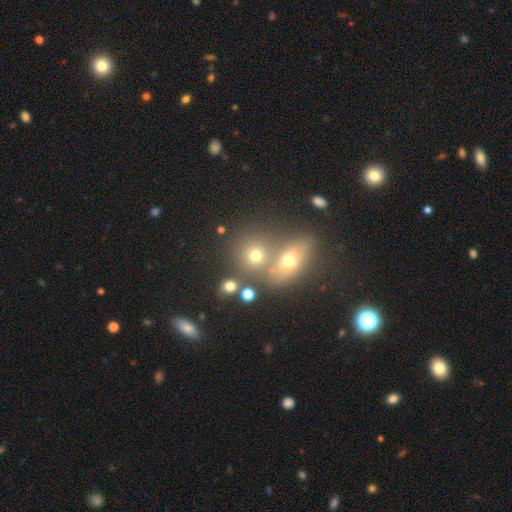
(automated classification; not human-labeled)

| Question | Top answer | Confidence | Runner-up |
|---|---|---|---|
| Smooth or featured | smooth | 69% | star or artifact (16%) |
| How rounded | round | 75% | in between (23%) |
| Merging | none | 51% | merger (36%) |